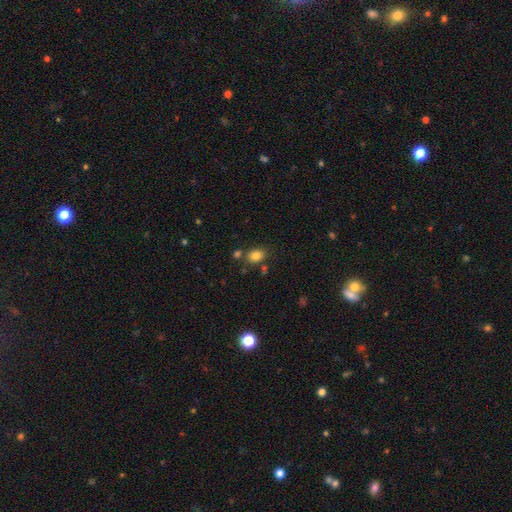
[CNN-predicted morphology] Smooth or featured? Predicted: smooth (p=0.83). How rounded? Predicted: in between (p=0.60). Merging? Predicted: none (p=0.74).